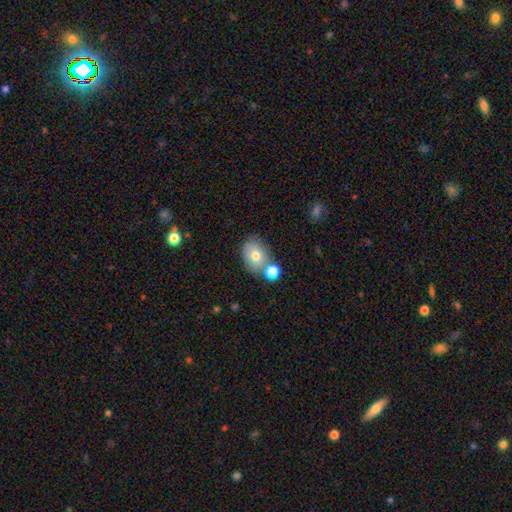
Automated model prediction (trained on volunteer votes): Smooth or featured: smooth — 73% (featured or disk — 17%)
How rounded: in between — 59% (round — 40%)
Merging: none — 57% (merger — 25%)